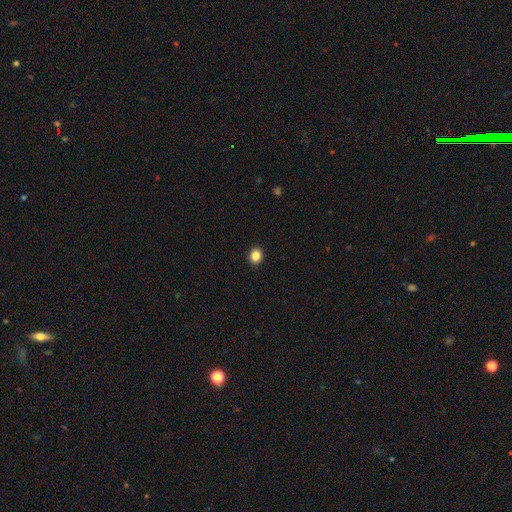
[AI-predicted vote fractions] smooth 86%, star or artifact 10%, featured or disk 4%. Down the decision tree: how rounded — round (71%); merging — none (92%).